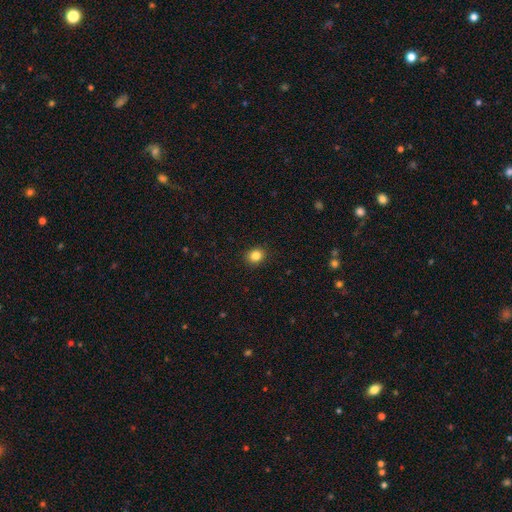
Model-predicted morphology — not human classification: This is clearly a smooth galaxy (84%). How rounded: likely round (70%). Merging: clearly none (90%).